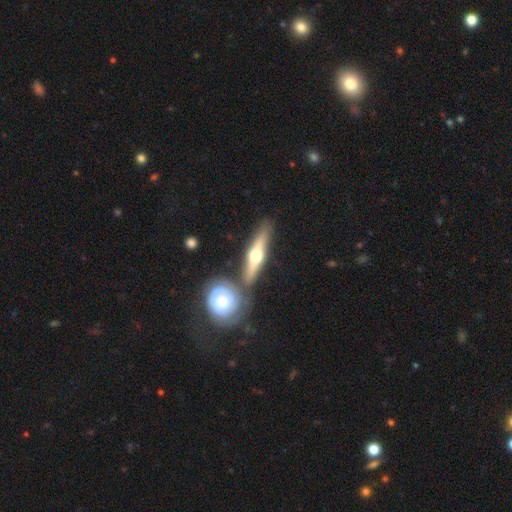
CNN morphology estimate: Smooth or featured? Predicted: featured or disk (p=0.67). Edge-on disk? Predicted: yes (p=0.89). Edge-on bulge? Predicted: rounded (p=0.95). Merging? Predicted: none (p=0.70).